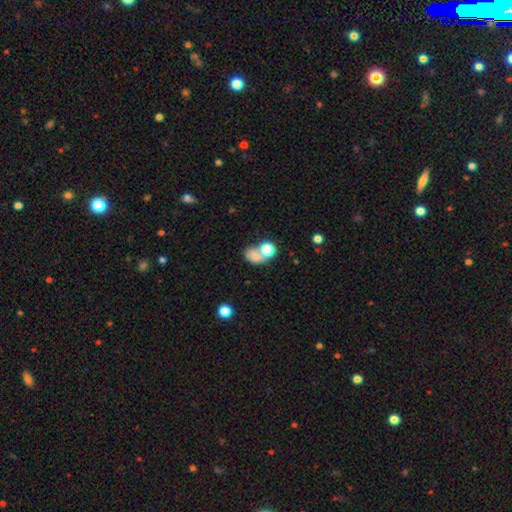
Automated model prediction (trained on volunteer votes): smooth 71%, star or artifact 15%, featured or disk 14%. Down the decision tree: how rounded — in between (64%); merging — merger (44%).